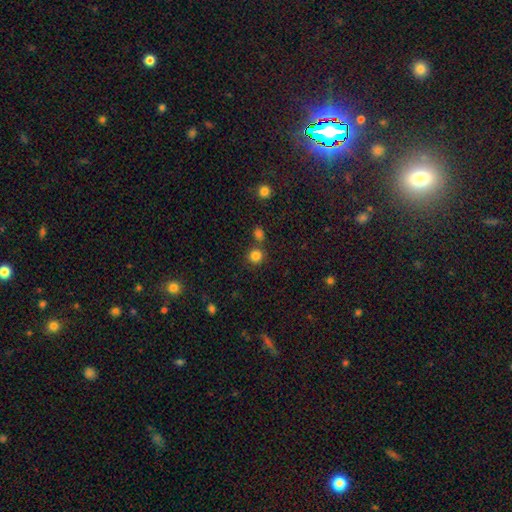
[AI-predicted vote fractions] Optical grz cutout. It shows a smooth galaxy with no disk features (82%) that is round (90%). Merging: none (74%).